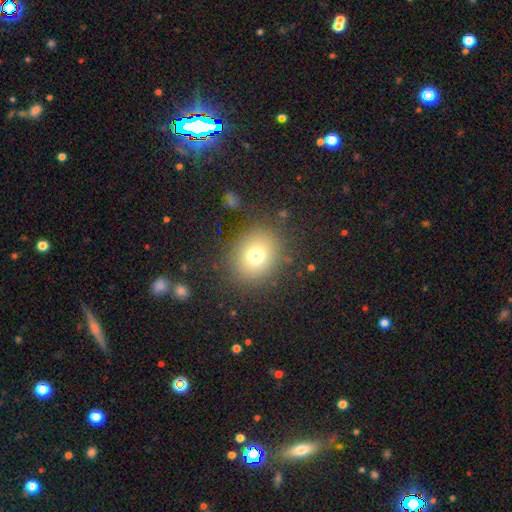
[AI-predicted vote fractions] Morphology: type=smooth (72%); roundness=round (74%); merging=none (84%).